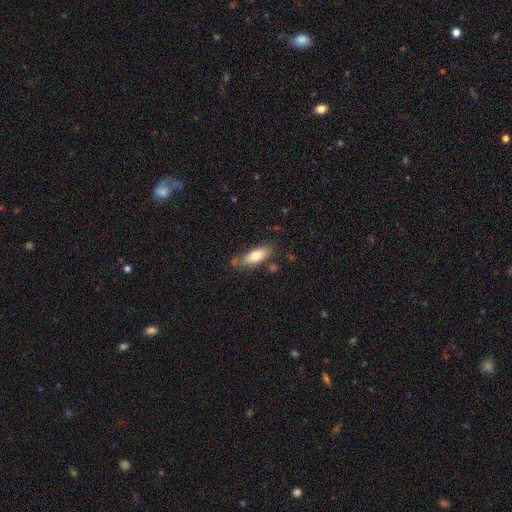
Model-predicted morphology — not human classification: A smooth galaxy with no disk features (72%) that is in between round and cigar-shaped (73%). Merging: none (74%).